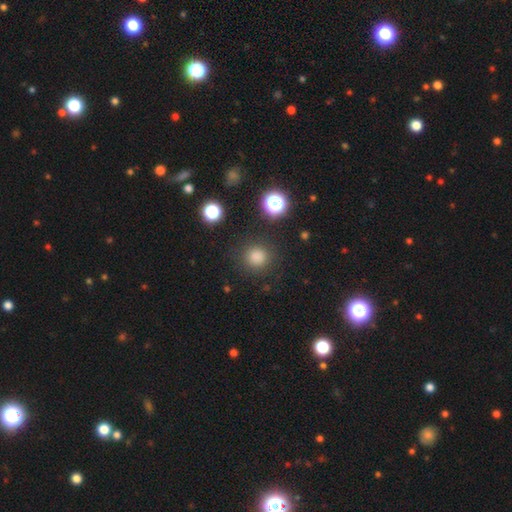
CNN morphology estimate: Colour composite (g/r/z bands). It shows a smooth galaxy with no disk features (77%) that is round (93%). Merging: none (88%).